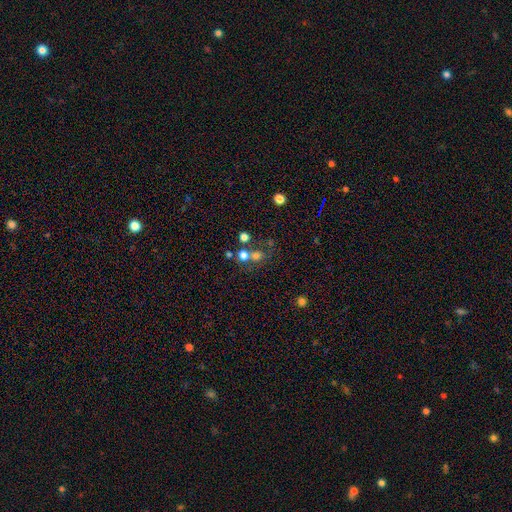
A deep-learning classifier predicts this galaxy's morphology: smooth-or-featured: smooth: 66% | star or artifact: 21% | featured or disk: 13%
  how-rounded: round: 81% | in between: 18% | cigar-shaped: 1%
  merging: none: 48% | merger: 39% | minor disturbance: 7% | major disturbance: 5%